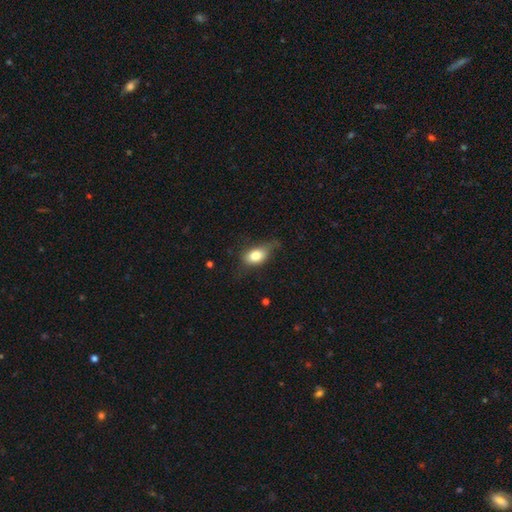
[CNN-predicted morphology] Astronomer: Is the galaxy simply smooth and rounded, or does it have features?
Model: smooth — 78%.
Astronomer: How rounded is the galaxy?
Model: in between — 84%.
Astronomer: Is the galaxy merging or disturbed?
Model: none — 51% (runner-up: minor disturbance, 32%).